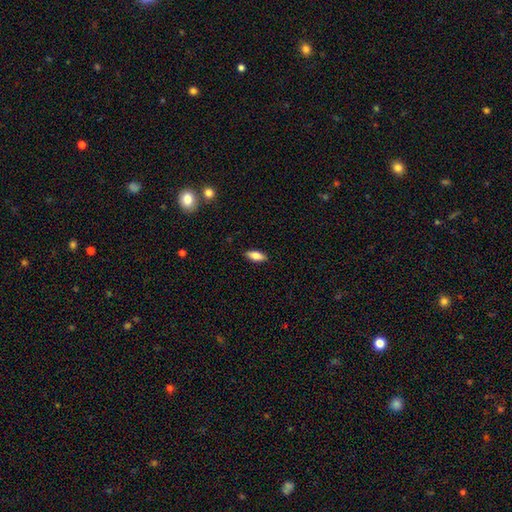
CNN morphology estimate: smooth 77%, featured or disk 17%, star or artifact 7%. Down the decision tree: how rounded — in between (76%); merging — none (88%).